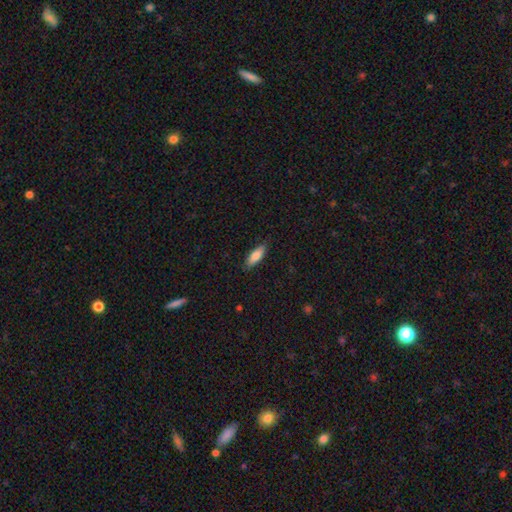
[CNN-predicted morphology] smooth_or_featured: smooth (p=0.81) [alt: featured or disk p=0.13]
how_rounded: in between (p=0.65) [alt: cigar-shaped p=0.33]
merging: none (p=0.86) [alt: minor disturbance p=0.11]